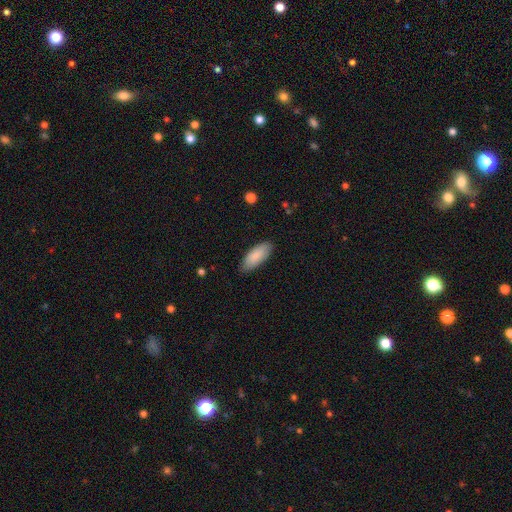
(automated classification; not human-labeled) This appears to be a smooth galaxy with no disk features (87%) that is in between round and cigar-shaped (79%). Merging: none (85%).